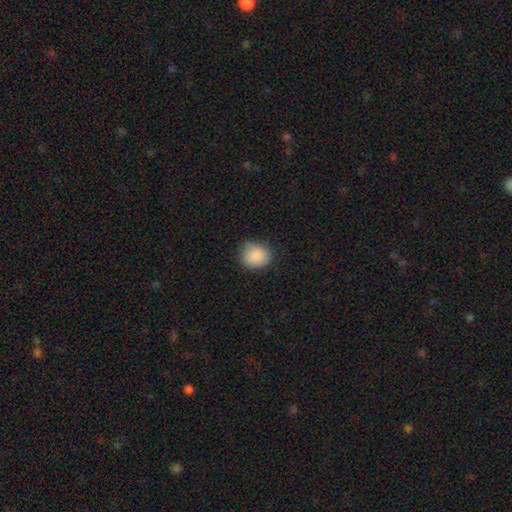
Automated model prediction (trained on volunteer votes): Smooth or featured?
  - smooth: 88% *
  - star or artifact: 8%
  - featured or disk: 3%
How rounded?
  - round: 76% *
  - in between: 23%
  - cigar-shaped: 1%
Merging?
  - none: 82% *
  - minor disturbance: 14%
  - major disturbance: 3%
  - merger: 1%